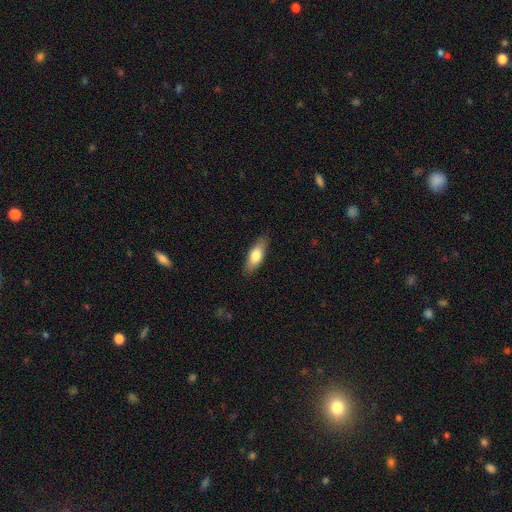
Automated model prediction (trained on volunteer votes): A smooth galaxy with no disk features (74%) that is in between round and cigar-shaped (69%). Merging: none (86%).